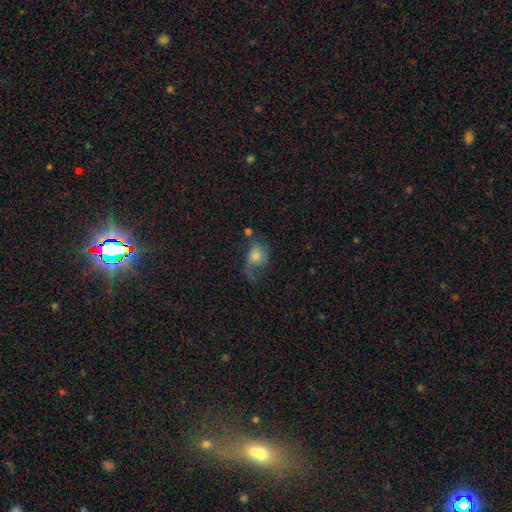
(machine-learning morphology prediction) smooth-or-featured: smooth: 47% | featured or disk: 41% | star or artifact: 12%
  merging: major disturbance: 39% | none: 34% | minor disturbance: 23% | merger: 5%